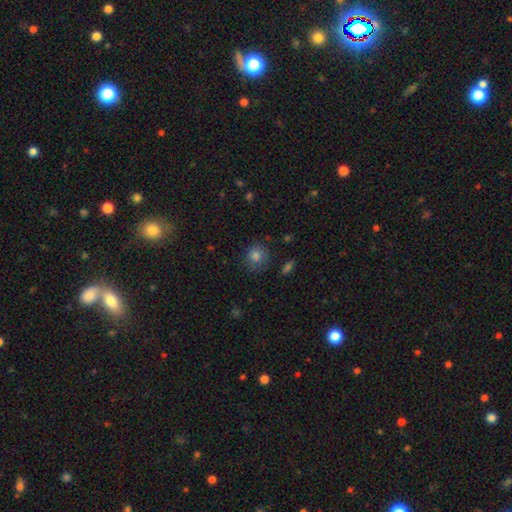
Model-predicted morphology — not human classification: Smooth or featured? Predicted: smooth (p=0.80). How rounded? Predicted: round (p=0.84). Merging? Predicted: none (p=0.76).